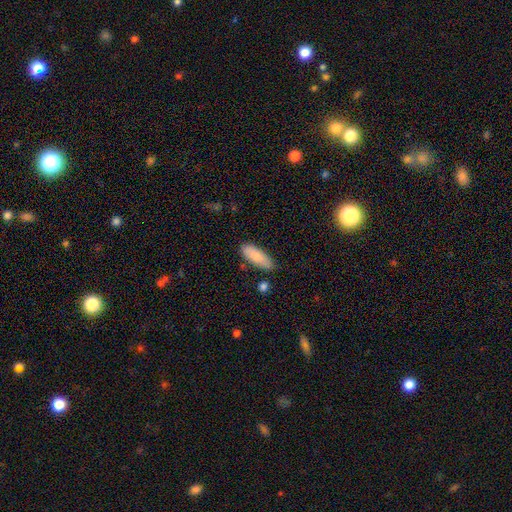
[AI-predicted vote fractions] smooth 86%, featured or disk 9%, star or artifact 6%. Down the decision tree: how rounded — in between (71%); merging — none (77%).